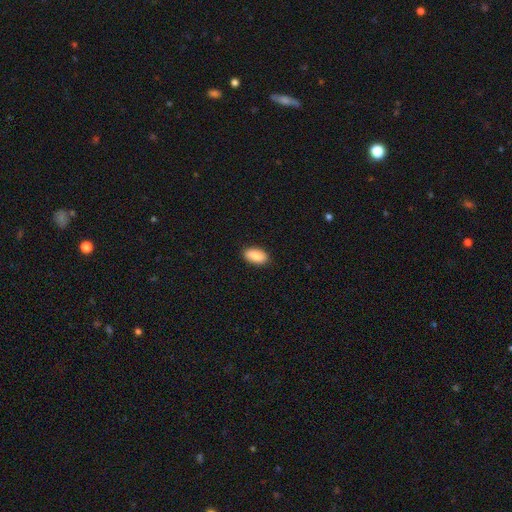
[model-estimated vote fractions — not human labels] Morphology: type=smooth (86%); roundness=in between (94%); merging=none (89%).